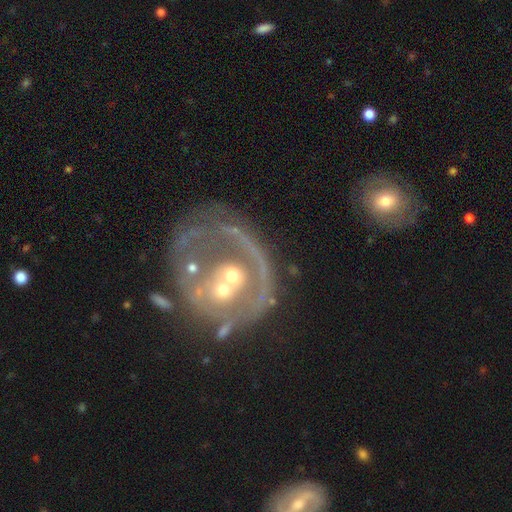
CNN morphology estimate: Smooth or featured?
  - featured or disk: 76% *
  - smooth: 15%
  - star or artifact: 9%
Edge-on disk?
  - no: 97% *
  - yes: 3%
Bar?
  - no: 71% *
  - weak: 20%
  - strong: 9%
Spiral arms?
  - no: 53% *
  - yes: 47%
Bulge size?
  - moderate: 45% *
  - small: 42%
  - none: 6%
  - large: 4%
  - dominant: 2%
Merging?
  - none: 32% *
  - major disturbance: 31%
  - merger: 21%
  - minor disturbance: 16%